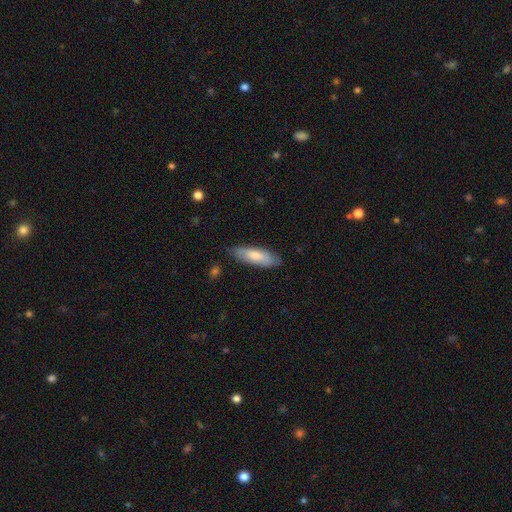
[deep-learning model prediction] Smooth or featured? Predicted: smooth (p=0.75). How rounded? Predicted: in between (p=0.51). Merging? Predicted: none (p=0.76).